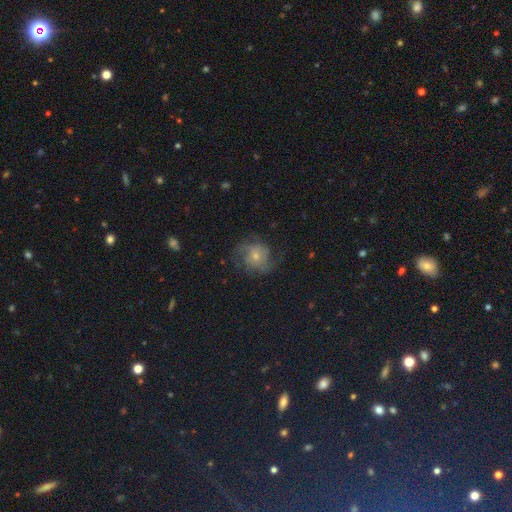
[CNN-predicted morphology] This appears to be a featured or disk galaxy (63%) with no bar (74%), 2 (47%) medium (48%) spiral arms (92%) and a small central bulge (58%). Merging: none (70%).